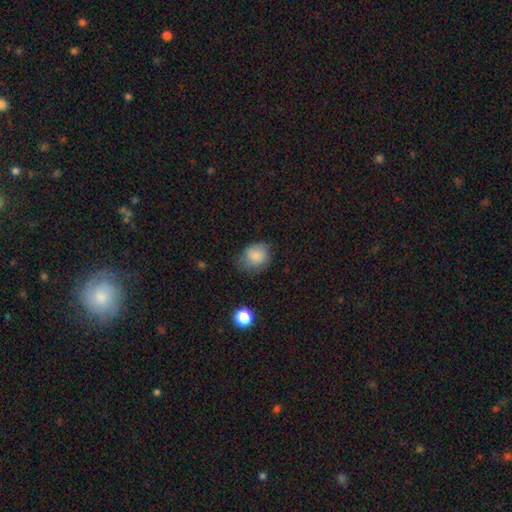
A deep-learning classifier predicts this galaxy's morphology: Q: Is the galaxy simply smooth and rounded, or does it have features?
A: smooth — 79%.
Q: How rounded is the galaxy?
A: round — 61%.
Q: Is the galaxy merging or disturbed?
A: none — 57%.